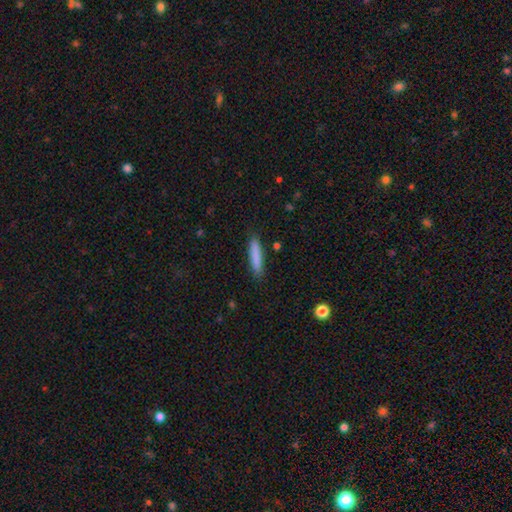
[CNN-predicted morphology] Overall: smooth (85%). How rounded: cigar-shaped (87%). Merging: none (87%).